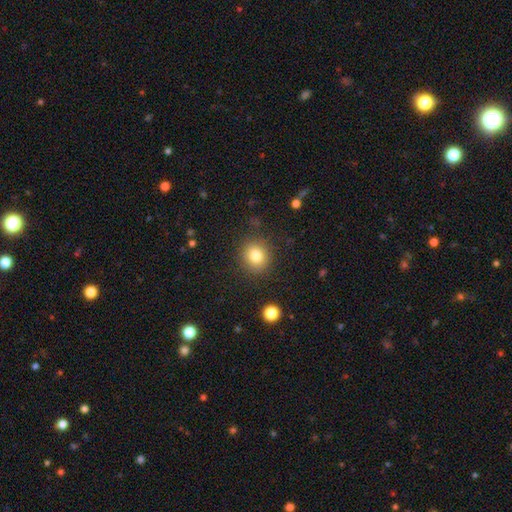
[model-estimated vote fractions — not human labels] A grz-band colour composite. It shows a smooth galaxy with no disk features (82%) that is round (82%). Merging: none (87%).